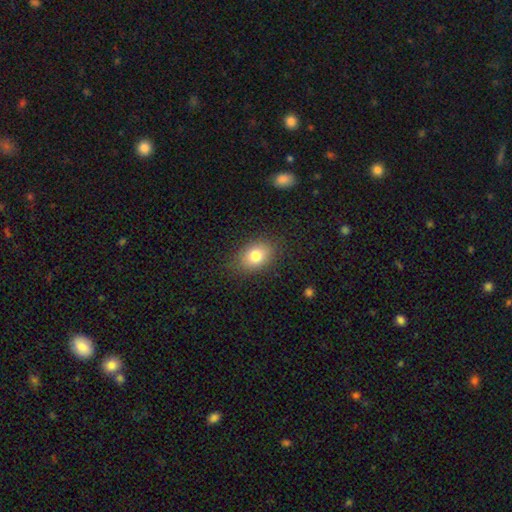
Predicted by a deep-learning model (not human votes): This is clearly a smooth galaxy (80%). How rounded: likely in between (75%). Merging: clearly none (83%).